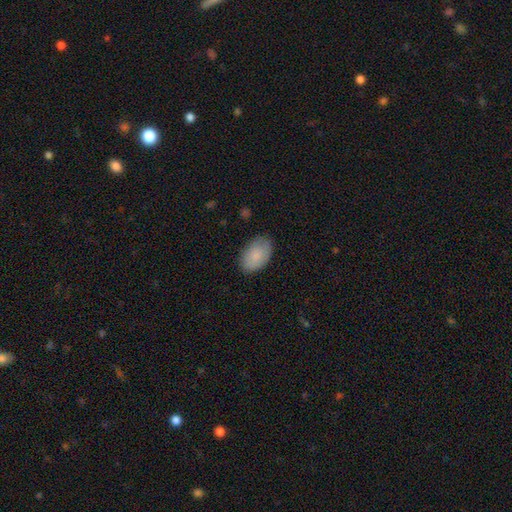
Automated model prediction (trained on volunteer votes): Smooth or featured? Predicted: smooth (p=0.87). How rounded? Predicted: in between (p=0.91). Merging? Predicted: none (p=0.84).